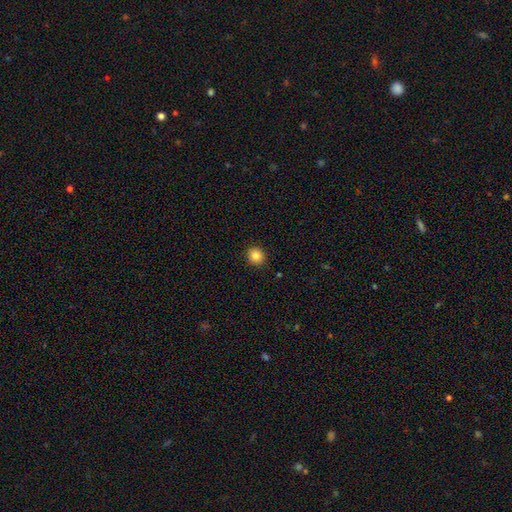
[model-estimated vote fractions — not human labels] Q: Smooth or featured?
A: smooth (84%); runner-up: star or artifact (10%)
Q: How rounded?
A: round (89%); runner-up: in between (10%)
Q: Merging?
A: none (92%); runner-up: minor disturbance (6%)